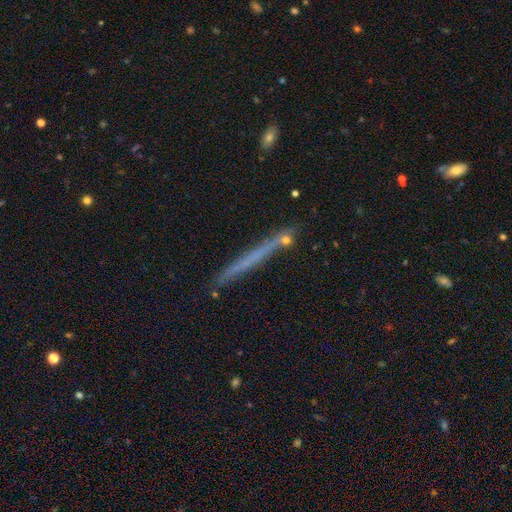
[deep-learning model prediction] Smooth or featured? Predicted: smooth (p=0.48). Merging? Predicted: none (p=0.85).